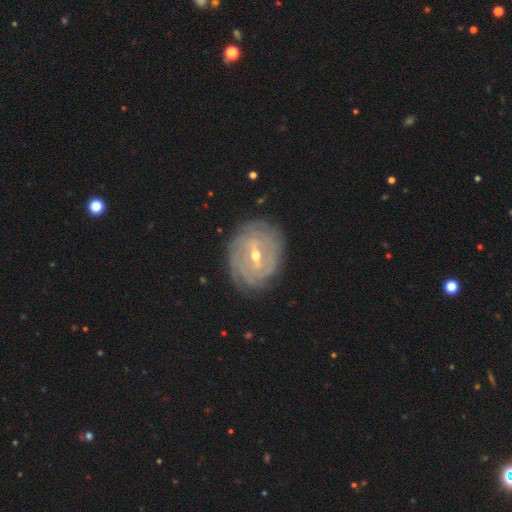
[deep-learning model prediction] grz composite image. It shows a featured or disk galaxy (84%) with a weak bar (48%), tight (80%) spiral arms (90%) and a moderate central bulge (50%). Merging: none (80%).